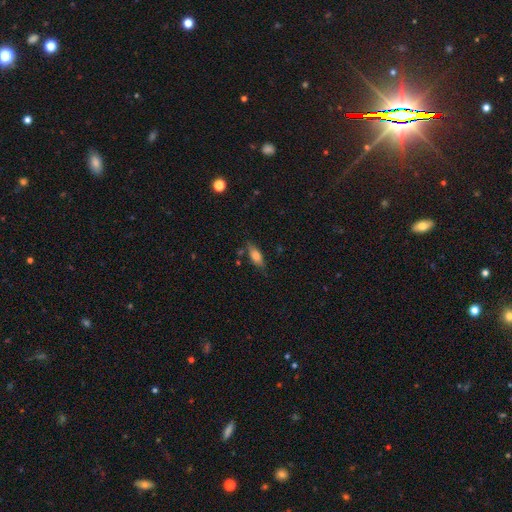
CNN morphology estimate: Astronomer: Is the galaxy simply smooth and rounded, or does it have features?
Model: smooth — 72%.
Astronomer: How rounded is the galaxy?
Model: in between — 72%.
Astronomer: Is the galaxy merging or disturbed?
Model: none — 73%.